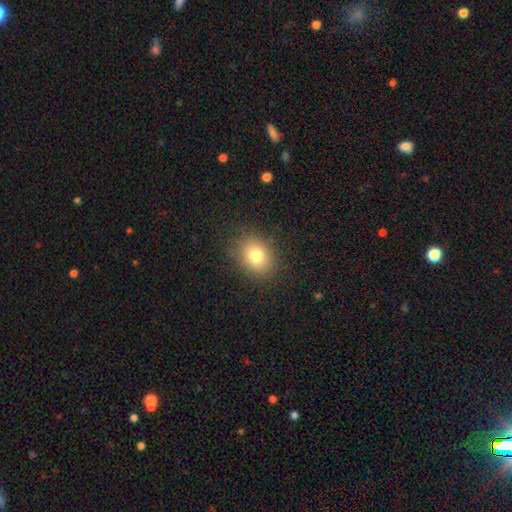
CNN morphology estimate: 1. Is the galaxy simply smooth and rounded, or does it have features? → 78% smooth, 12% star or artifact, 10% featured or disk.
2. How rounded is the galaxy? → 52% round, 47% in between, 1% cigar-shaped.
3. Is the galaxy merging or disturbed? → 85% none, 10% minor disturbance, 4% major disturbance, 1% merger.